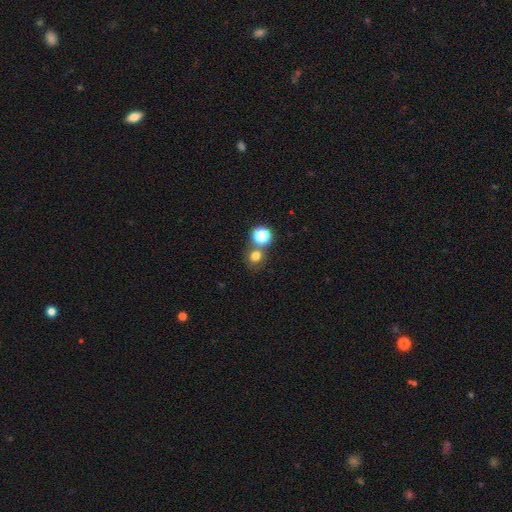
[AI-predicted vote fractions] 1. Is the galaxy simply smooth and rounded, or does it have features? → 71% smooth, 21% star or artifact, 8% featured or disk.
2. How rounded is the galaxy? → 82% round, 18% in between, 1% cigar-shaped.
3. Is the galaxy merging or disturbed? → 65% none, 22% merger, 9% minor disturbance, 4% major disturbance.